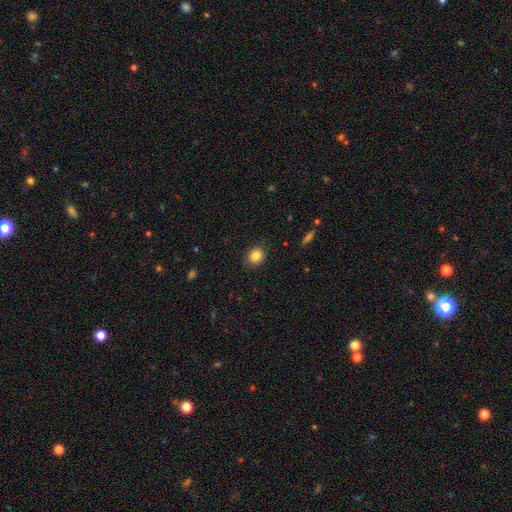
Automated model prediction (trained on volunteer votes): Smooth or featured? Predicted: smooth (p=0.85). How rounded? Predicted: round (p=0.70). Merging? Predicted: none (p=0.87).